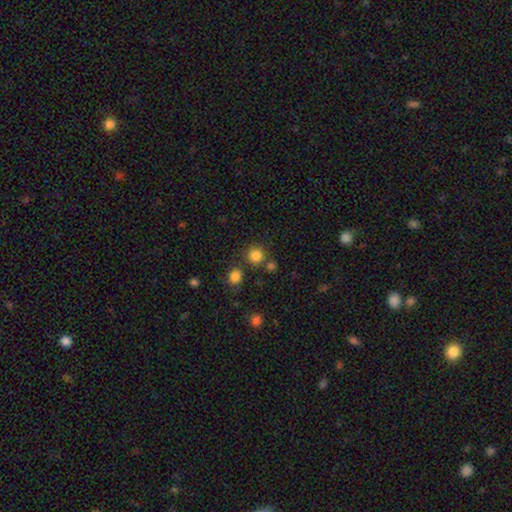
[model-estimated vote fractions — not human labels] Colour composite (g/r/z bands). It shows a smooth galaxy with no disk features (83%) that is round (91%). Merging: none (76%).